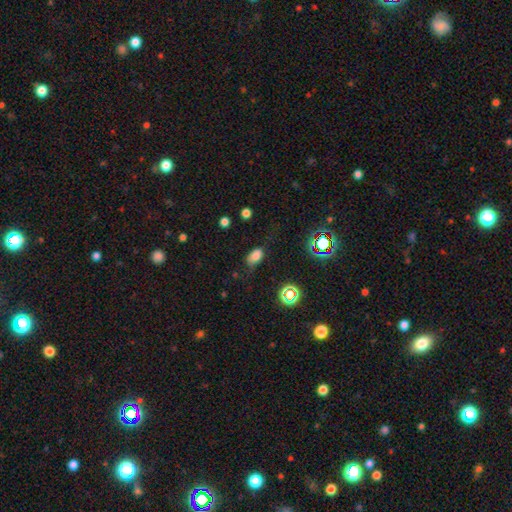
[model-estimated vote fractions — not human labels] Overall: smooth (76%). How rounded: in between (86%). Merging: none (62%; minor disturbance 25%).